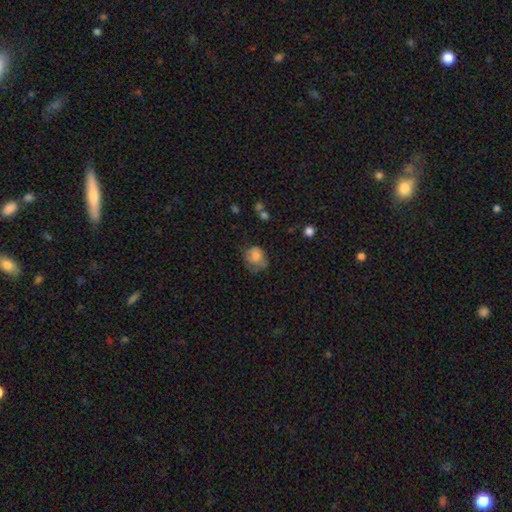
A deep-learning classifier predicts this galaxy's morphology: Smooth or featured?
  - smooth: 74% *
  - featured or disk: 17%
  - star or artifact: 9%
How rounded?
  - round: 57% *
  - in between: 43%
  - cigar-shaped: 1%
Merging?
  - none: 46% *
  - minor disturbance: 33%
  - major disturbance: 20%
  - merger: 2%